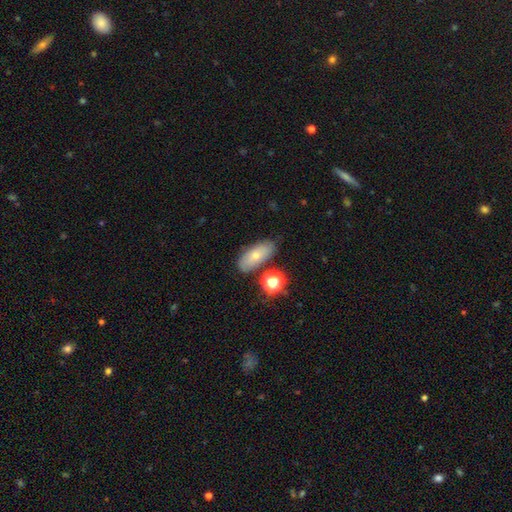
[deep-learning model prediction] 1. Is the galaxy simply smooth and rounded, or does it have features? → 67% smooth, 23% featured or disk, 9% star or artifact.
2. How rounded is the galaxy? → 83% in between, 10% cigar-shaped, 6% round.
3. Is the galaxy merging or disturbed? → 76% none, 14% minor disturbance, 6% merger, 4% major disturbance.